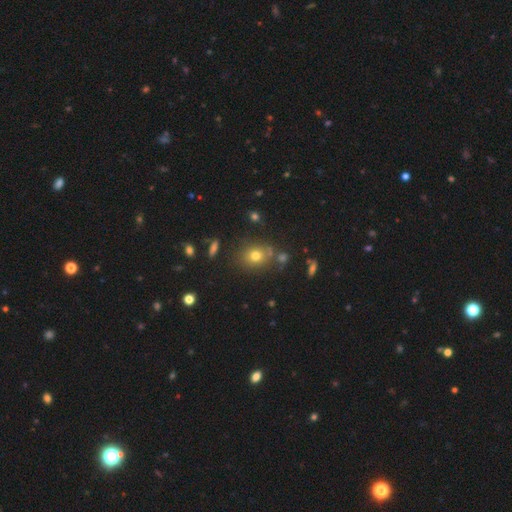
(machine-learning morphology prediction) smooth_or_featured: smooth (p=0.72) [alt: star or artifact p=0.17]
how_rounded: round (p=0.69) [alt: in between p=0.30]
merging: none (p=0.74) [alt: minor disturbance p=0.12]